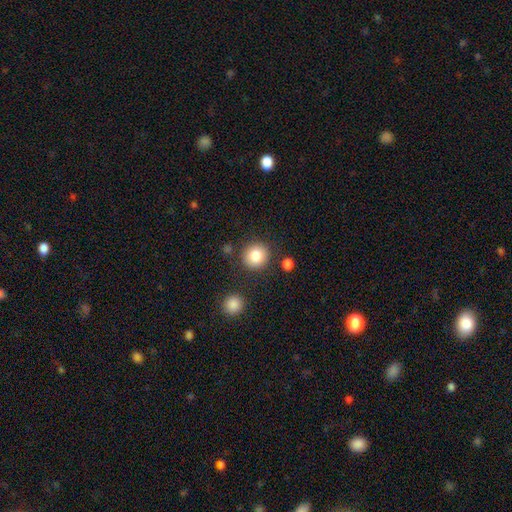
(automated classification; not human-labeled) Smooth or featured? smooth (84%)
How rounded? round (90%)
Merging? none (85%)